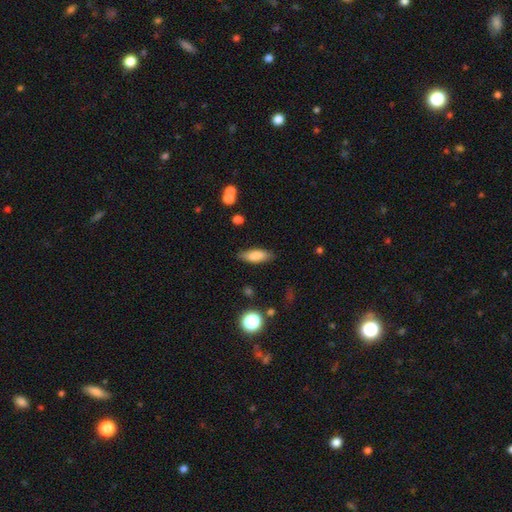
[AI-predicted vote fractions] A smooth galaxy with no disk features (79%) that is in between round and cigar-shaped (68%). Merging: none (82%).